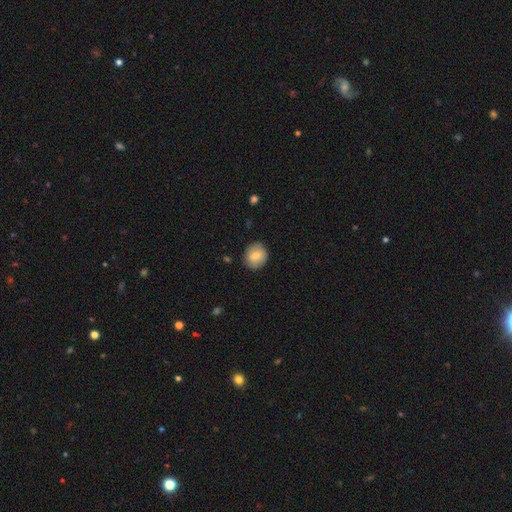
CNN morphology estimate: Smooth or featured? smooth (78%)
How rounded? round (81%)
Merging? none (88%)